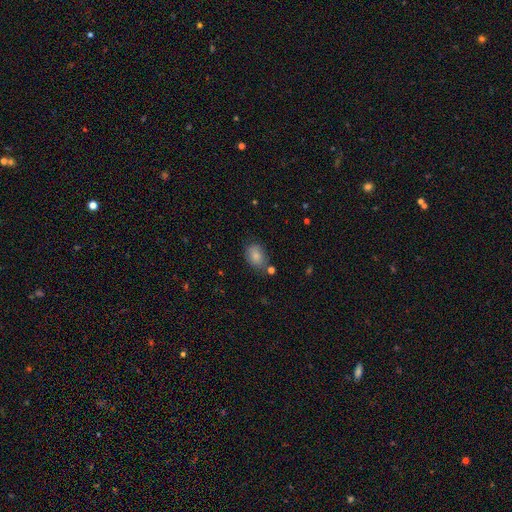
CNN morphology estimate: This appears to be a smooth galaxy with no disk features (83%) that is in between round and cigar-shaped (80%). Merging: none (73%).